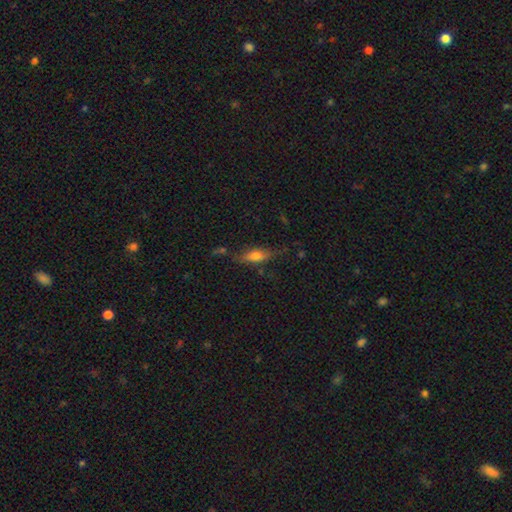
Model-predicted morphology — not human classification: The model was most divided on "how rounded": in between: 62%, cigar-shaped: 34%, round: 4%. More confident: merging — none (66%); smooth or featured — smooth (61%).